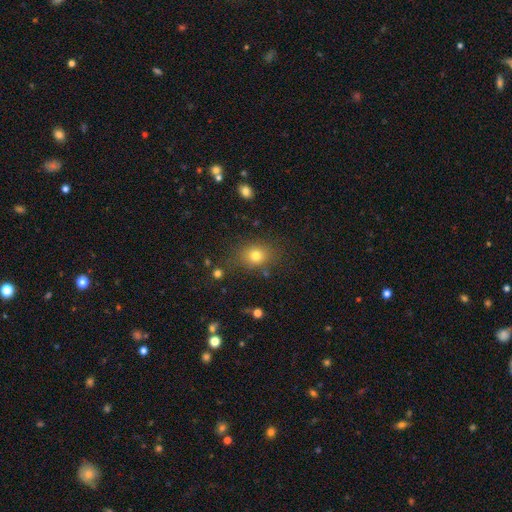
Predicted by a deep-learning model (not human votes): Smooth or featured? Predicted: smooth (p=0.76). How rounded? Predicted: round (p=0.56). Merging? Predicted: none (p=0.80).